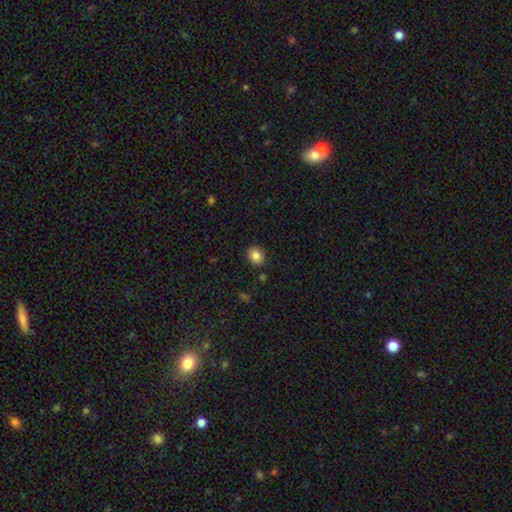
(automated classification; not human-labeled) Smooth or featured? smooth (85%)
How rounded? round (54%)
Merging? none (89%)